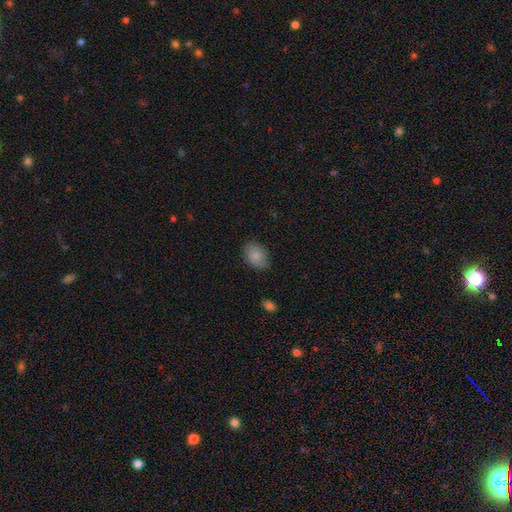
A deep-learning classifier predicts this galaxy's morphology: This appears to be a smooth galaxy with no disk features (81%) that is in between round and cigar-shaped (74%). Merging: none (76%).